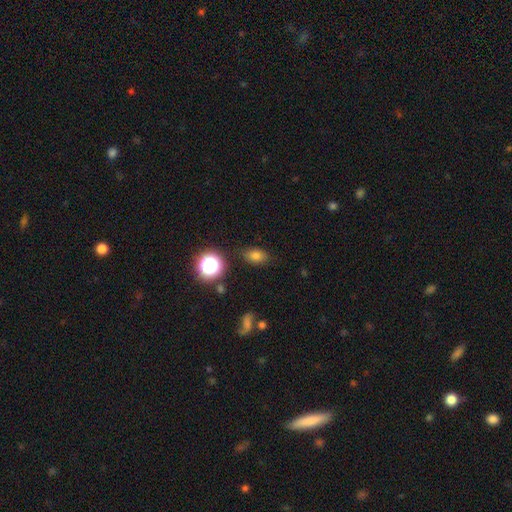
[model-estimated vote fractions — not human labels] Smooth or featured? smooth (73%)
How rounded? in between (76%)
Merging? none (83%)